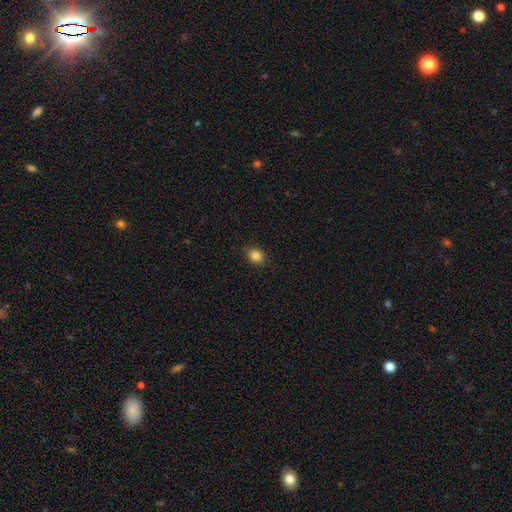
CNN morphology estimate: Smooth or featured?
  - smooth: 85% *
  - star or artifact: 10%
  - featured or disk: 4%
How rounded?
  - round: 51% *
  - in between: 48%
  - cigar-shaped: 1%
Merging?
  - none: 86% *
  - minor disturbance: 11%
  - major disturbance: 2%
  - merger: 1%